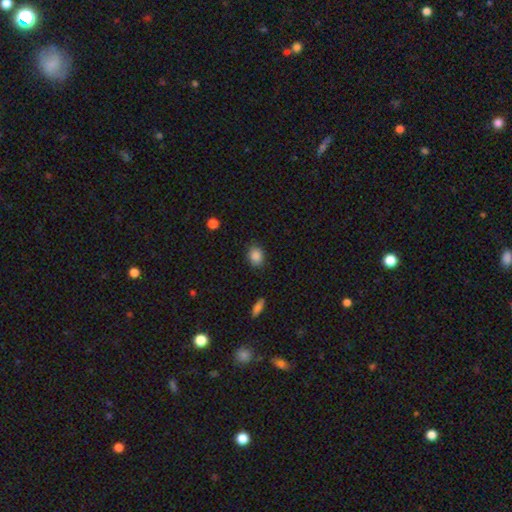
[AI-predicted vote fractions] smooth-or-featured: smooth: 87% | star or artifact: 9% | featured or disk: 4%
  how-rounded: in between: 57% | round: 42% | cigar-shaped: 1%
  merging: none: 86% | minor disturbance: 10% | major disturbance: 3% | merger: 1%